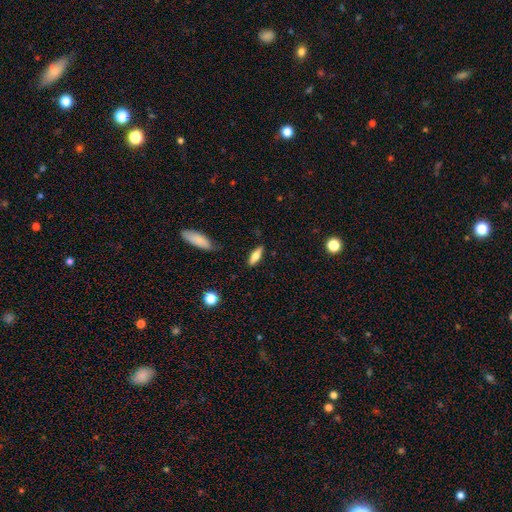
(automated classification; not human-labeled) smooth 67%, featured or disk 26%, star or artifact 7%. Down the decision tree: how rounded — in between (52%); merging — none (84%).